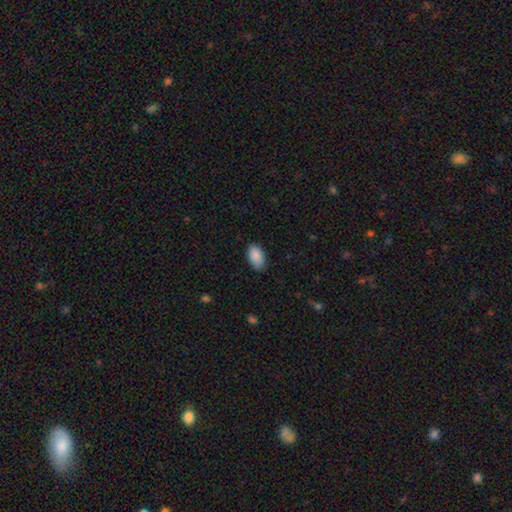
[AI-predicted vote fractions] Q: Smooth or featured?
A: smooth (90%); runner-up: star or artifact (7%)
Q: How rounded?
A: in between (94%); runner-up: round (4%)
Q: Merging?
A: none (82%); runner-up: minor disturbance (14%)